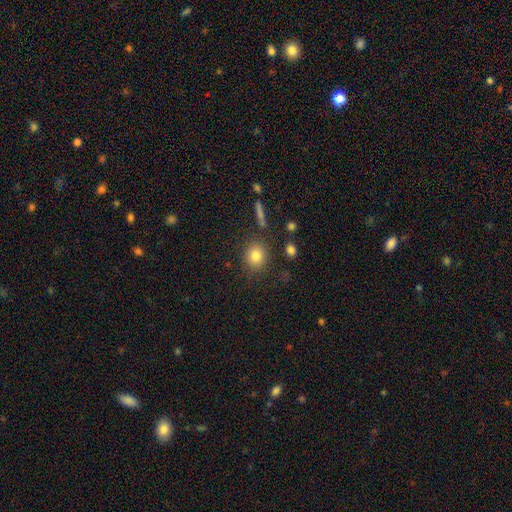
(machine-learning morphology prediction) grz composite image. It shows a smooth galaxy with no disk features (81%) that is round (77%). Merging: none (85%).